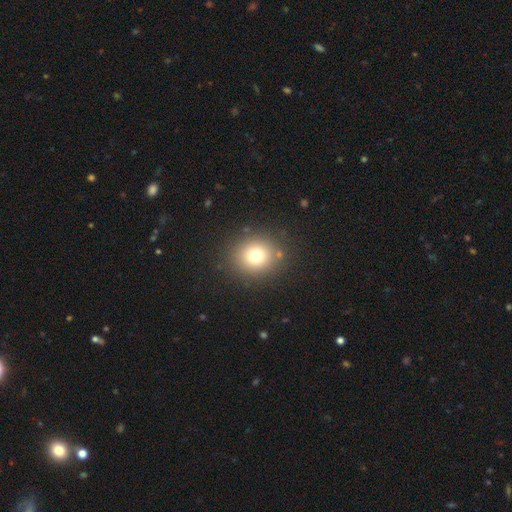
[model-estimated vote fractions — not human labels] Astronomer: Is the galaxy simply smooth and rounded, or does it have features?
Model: smooth — 76%.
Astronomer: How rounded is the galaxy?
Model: round — 82%.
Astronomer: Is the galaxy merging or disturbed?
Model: none — 86%.